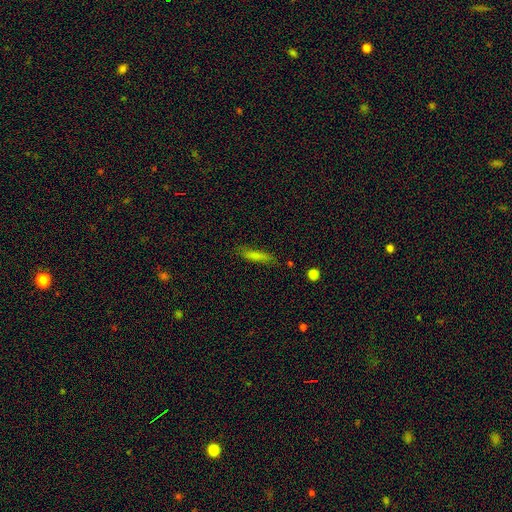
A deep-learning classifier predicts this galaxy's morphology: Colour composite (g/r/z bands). It shows a smooth galaxy with no disk features (77%) that is cigar-shaped (79%). Merging: none (77%).